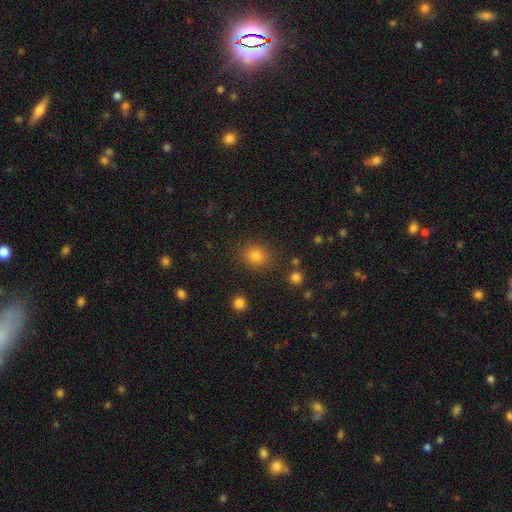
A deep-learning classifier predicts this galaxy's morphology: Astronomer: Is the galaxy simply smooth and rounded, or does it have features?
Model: smooth — 79%.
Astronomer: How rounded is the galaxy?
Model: round — 71%.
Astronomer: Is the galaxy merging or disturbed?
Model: none — 86%.